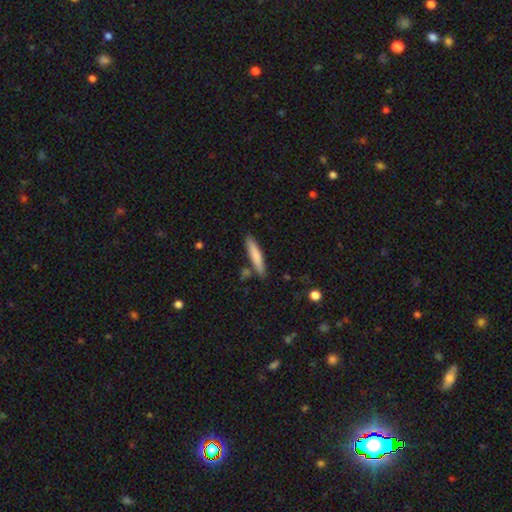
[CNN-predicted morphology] Smooth or featured? Predicted: smooth (p=0.77). How rounded? Predicted: cigar-shaped (p=0.89). Merging? Predicted: none (p=0.82).